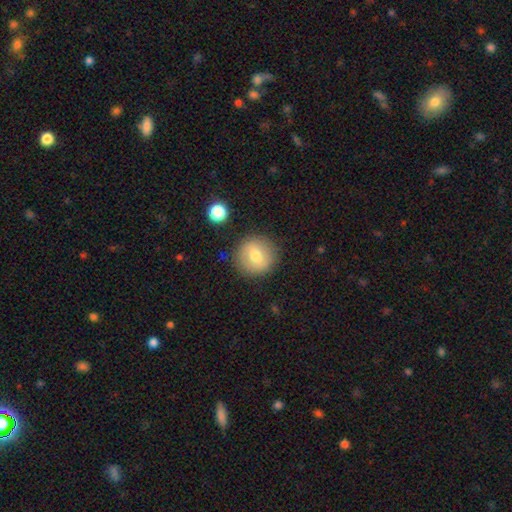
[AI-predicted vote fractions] smooth 71%, featured or disk 20%, star or artifact 9%. Down the decision tree: how rounded — round (92%); merging — none (86%).